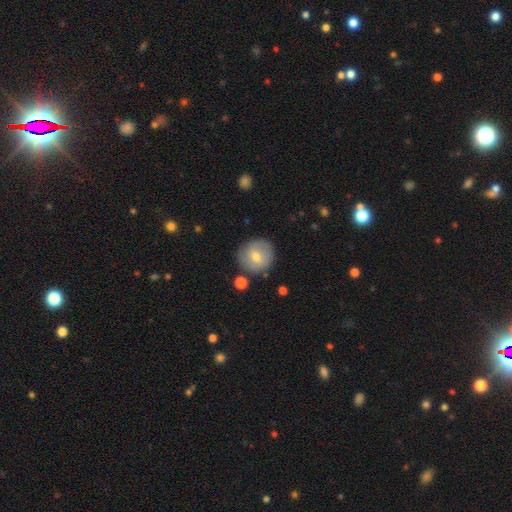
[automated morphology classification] smooth-or-featured: smooth: 61% | featured or disk: 30% | star or artifact: 9%
  how-rounded: round: 91% | in between: 8% | cigar-shaped: 1%
  merging: none: 83% | minor disturbance: 11% | major disturbance: 3% | merger: 3%